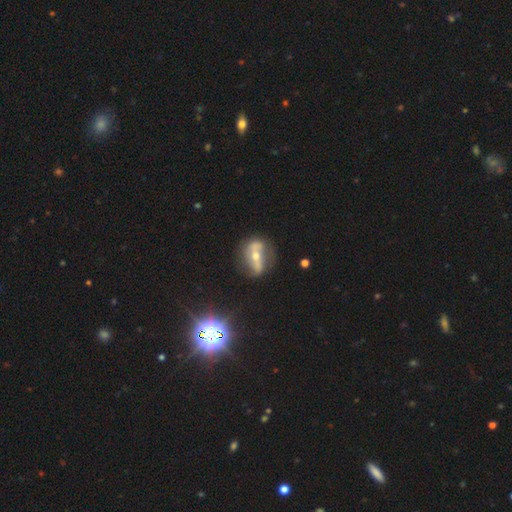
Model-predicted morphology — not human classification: The model was most divided on "bulge size": moderate: 55%, small: 39%, large: 3%, none: 1%, dominant: 1%. More confident: edge-on disk — no (79%); smooth or featured — featured or disk (72%); merging — none (67%); bar — strong (63%); spiral arms — yes (62%).